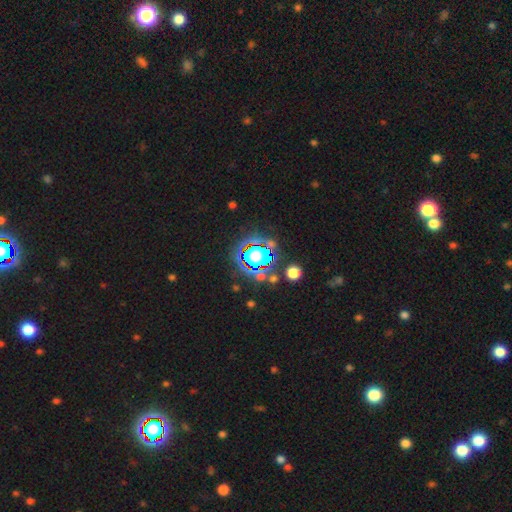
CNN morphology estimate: A star or artifact, not a galaxy (55%).